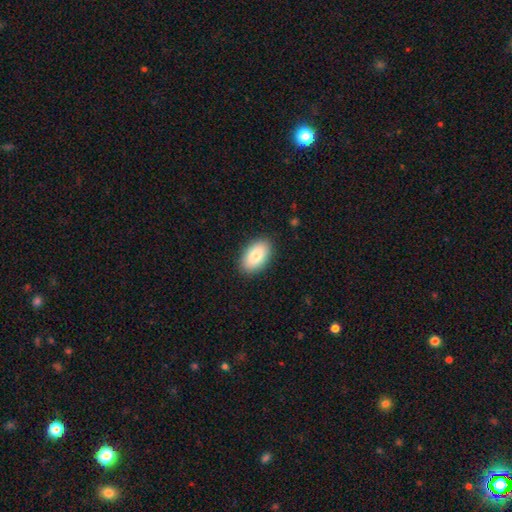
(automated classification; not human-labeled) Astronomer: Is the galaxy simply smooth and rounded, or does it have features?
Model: smooth — 84%.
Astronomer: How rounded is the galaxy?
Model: in between — 94%.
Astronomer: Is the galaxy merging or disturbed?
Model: none — 88%.